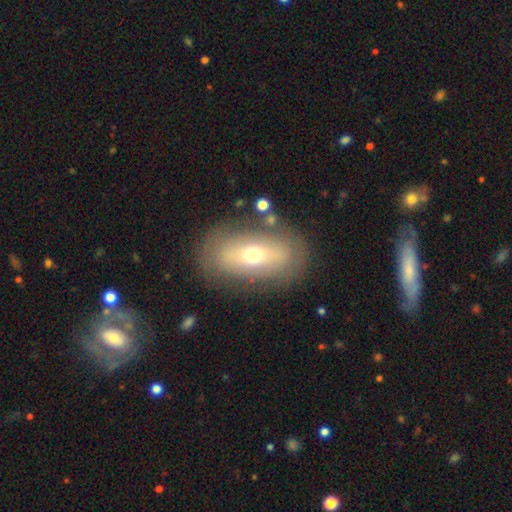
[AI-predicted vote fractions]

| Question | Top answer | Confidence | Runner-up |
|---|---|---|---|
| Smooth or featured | smooth | 48% | featured or disk (44%) |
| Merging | none | 78% | minor disturbance (13%) |